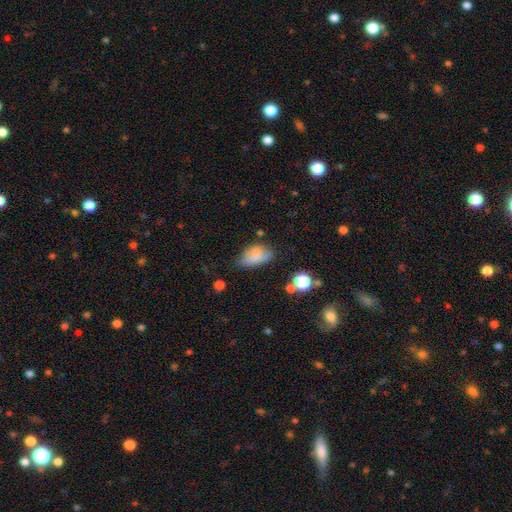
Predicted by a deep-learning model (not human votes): This is likely a smooth galaxy (75%). How rounded: clearly in between (89%). Merging: possibly none (46%).